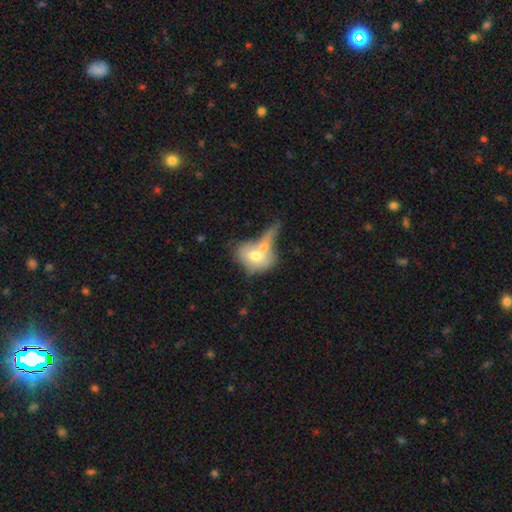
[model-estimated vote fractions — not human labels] smooth 62%, featured or disk 31%, star or artifact 7%. Down the decision tree: how rounded — in between (63%); merging — merger (60%).